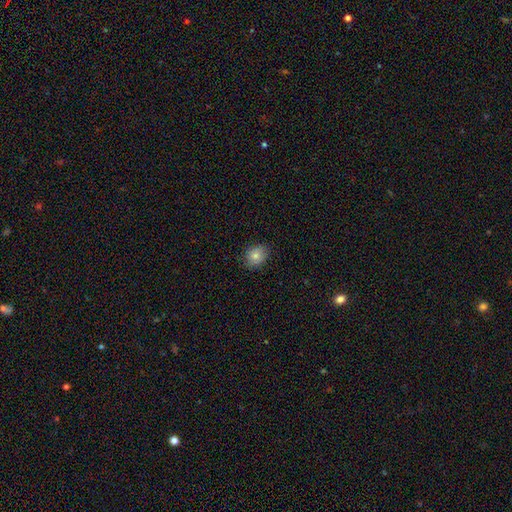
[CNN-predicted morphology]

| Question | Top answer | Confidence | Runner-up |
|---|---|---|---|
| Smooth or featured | smooth | 80% | featured or disk (10%) |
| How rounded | round | 54% | in between (45%) |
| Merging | none | 83% | minor disturbance (14%) |